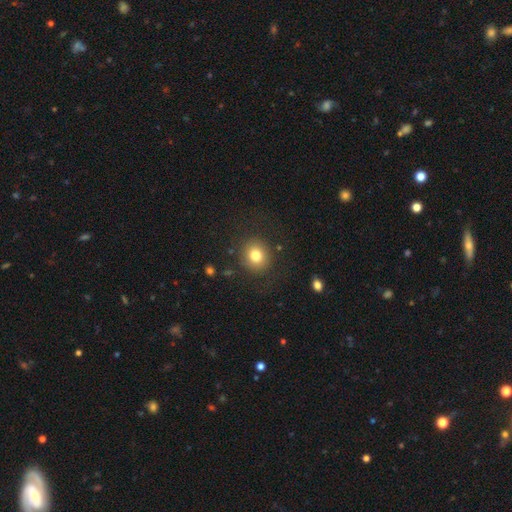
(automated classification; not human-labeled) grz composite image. It shows a smooth galaxy with no disk features (80%) that is round (79%). Merging: none (85%).